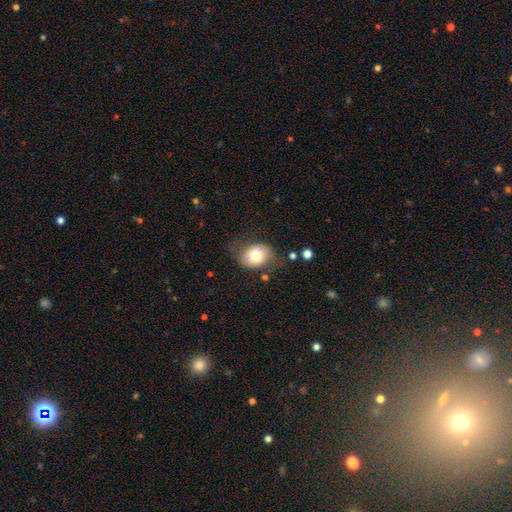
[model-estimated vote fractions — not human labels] Morphology: type=smooth (75%); roundness=in between (63%); merging=none (62%).